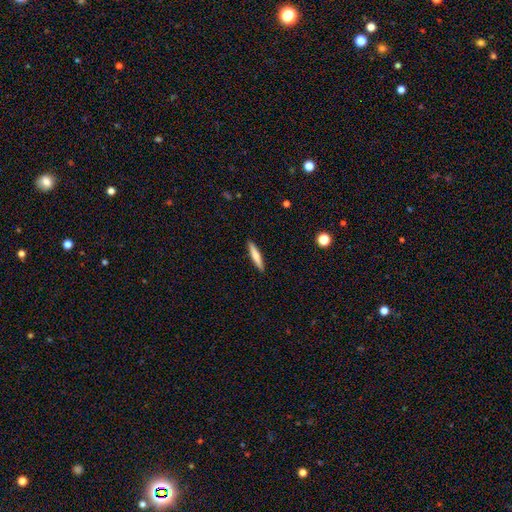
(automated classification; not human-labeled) Smooth or featured? Predicted: smooth (p=0.66). How rounded? Predicted: cigar-shaped (p=0.90). Merging? Predicted: none (p=0.91).